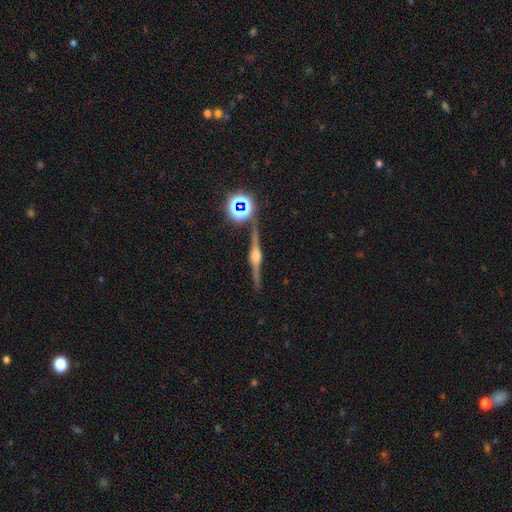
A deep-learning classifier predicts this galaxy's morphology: Smooth or featured: featured or disk — 83% (star or artifact — 10%)
Edge-on disk: yes — 98% (no — 2%)
Edge-on bulge: rounded — 90% (boxy — 8%)
Merging: none — 88% (minor disturbance — 7%)